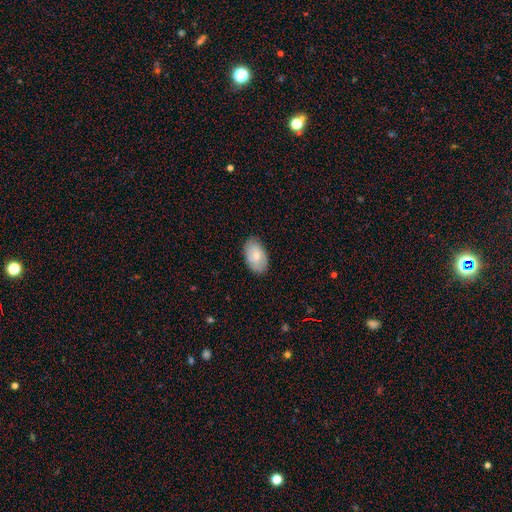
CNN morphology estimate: This is likely a smooth galaxy (72%). How rounded: clearly in between (93%). Merging: clearly none (82%).